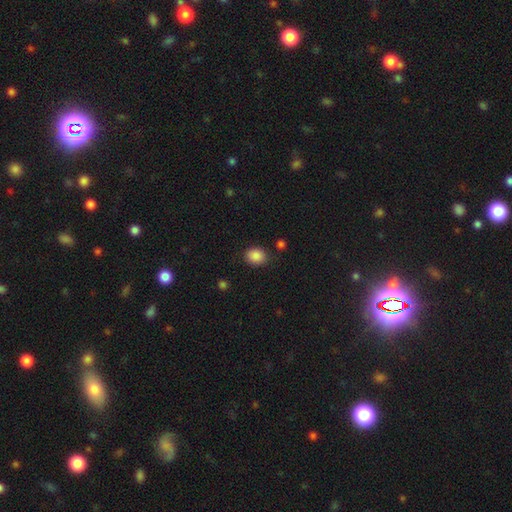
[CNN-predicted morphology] Smooth or featured: smooth — 88% (star or artifact — 9%)
How rounded: in between — 51% (round — 48%)
Merging: none — 83% (minor disturbance — 11%)